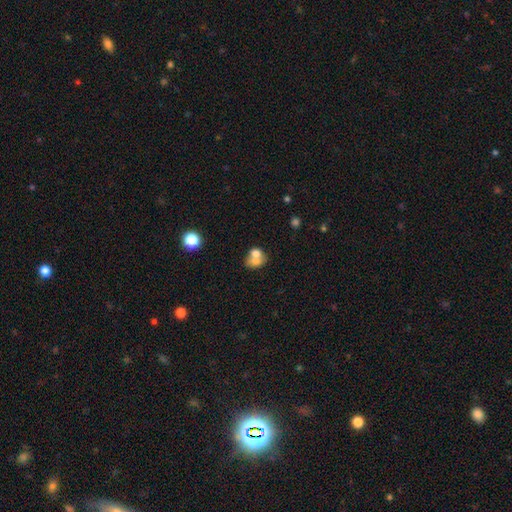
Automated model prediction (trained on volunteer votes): smooth_or_featured: smooth (p=0.66) [alt: featured or disk p=0.24]
how_rounded: round (p=0.50) [alt: in between p=0.49]
merging: merger (p=0.60) [alt: none p=0.27]